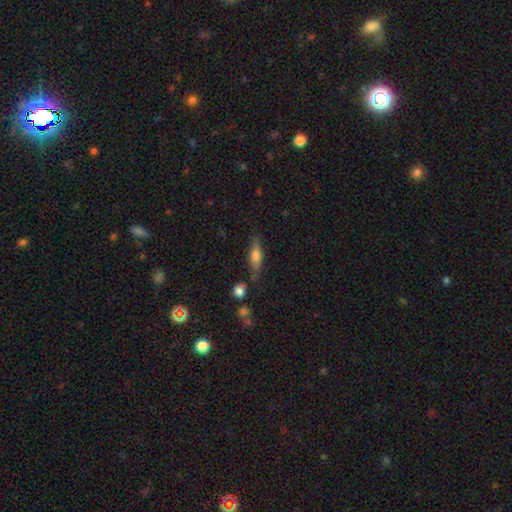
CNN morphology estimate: smooth 57%, featured or disk 35%, star or artifact 8%. Down the decision tree: how rounded — cigar-shaped (49%); merging — none (69%).